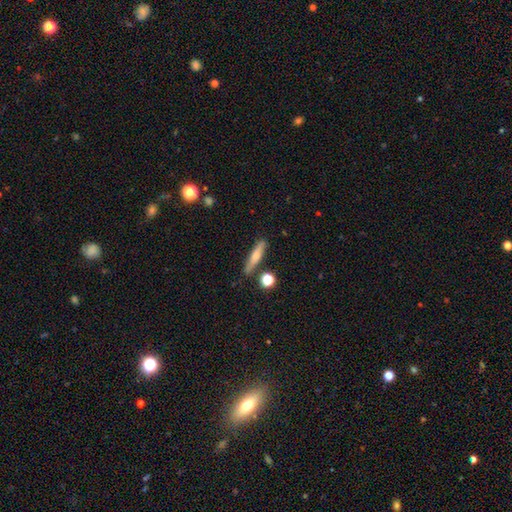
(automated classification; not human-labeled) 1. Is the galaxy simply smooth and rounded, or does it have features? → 66% smooth, 26% featured or disk, 8% star or artifact.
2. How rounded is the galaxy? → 84% cigar-shaped, 12% in between, 3% round.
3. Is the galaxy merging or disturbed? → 78% none, 13% minor disturbance, 5% merger, 3% major disturbance.